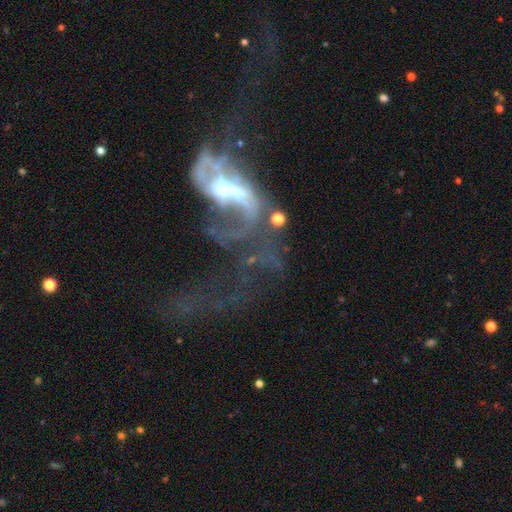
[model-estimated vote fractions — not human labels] This is clearly a featured or disk galaxy (83%). It is clearly not viewed edge-on (94%). Bar: marginally weak (39%). Spiral arm pattern: clearly yes (82%). Spiral arm count: likely 2 (70%). Spiral winding: likely loose (73%). Central bulge: possibly moderate (57%). Merging: possibly major disturbance (58%).